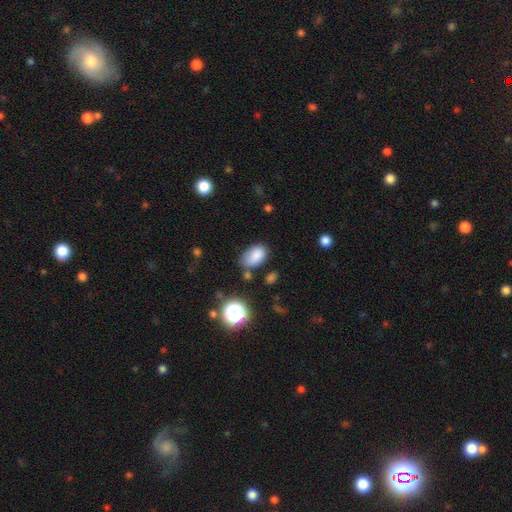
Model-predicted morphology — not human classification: A smooth galaxy with no disk features (83%) that is in between round and cigar-shaped (89%).

Vote fractions:
- Smooth or featured? smooth: 83% / star or artifact: 10% / featured or disk: 6%
- How rounded? in between: 89% / round: 10% / cigar-shaped: 1%
- Merging? none: 64% / minor disturbance: 24% / major disturbance: 6% / merger: 6%